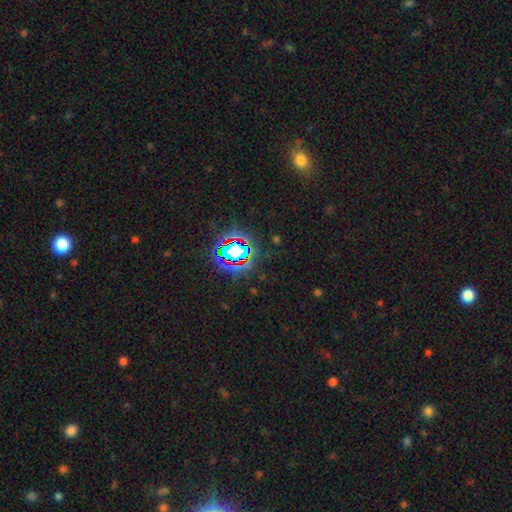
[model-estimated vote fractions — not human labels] This is likely a star or artifact rather than a galaxy (75%).